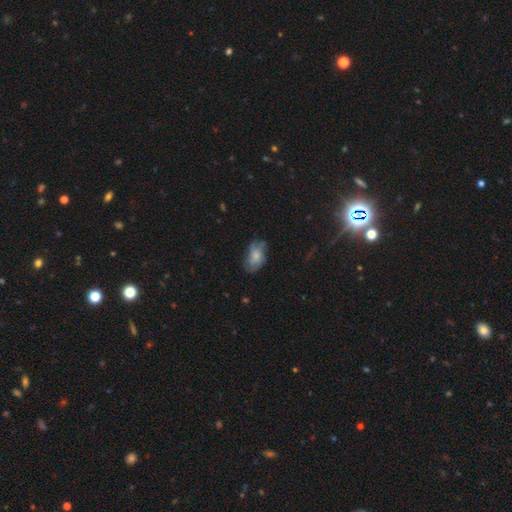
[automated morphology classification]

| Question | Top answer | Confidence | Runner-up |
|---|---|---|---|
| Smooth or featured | smooth | 57% | featured or disk (35%) |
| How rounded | in between | 90% | round (8%) |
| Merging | none | 59% | minor disturbance (28%) |